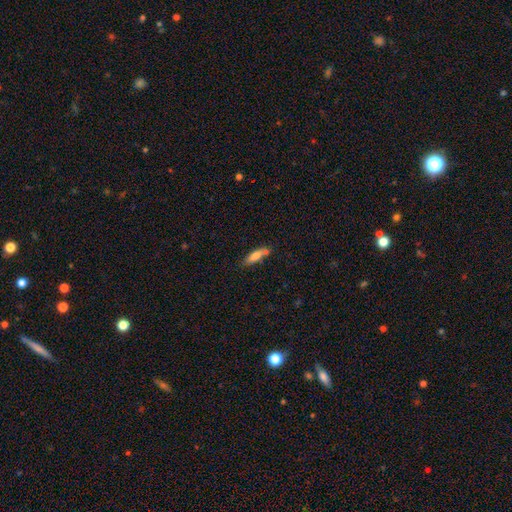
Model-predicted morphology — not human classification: Smooth or featured? Predicted: smooth (p=0.73). How rounded? Predicted: cigar-shaped (p=0.57). Merging? Predicted: none (p=0.60).